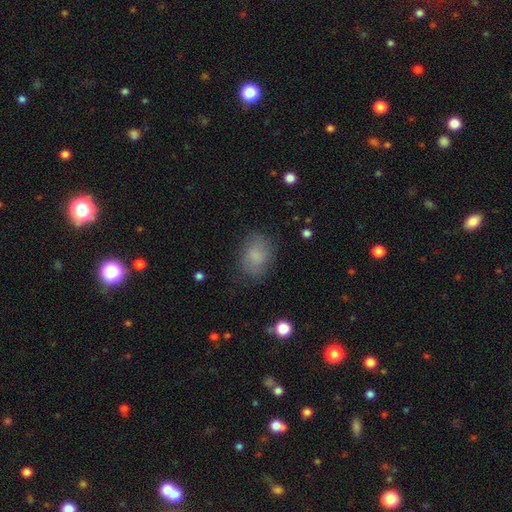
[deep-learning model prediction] Smooth or featured? smooth (77%)
How rounded? in between (75%)
Merging? none (71%)